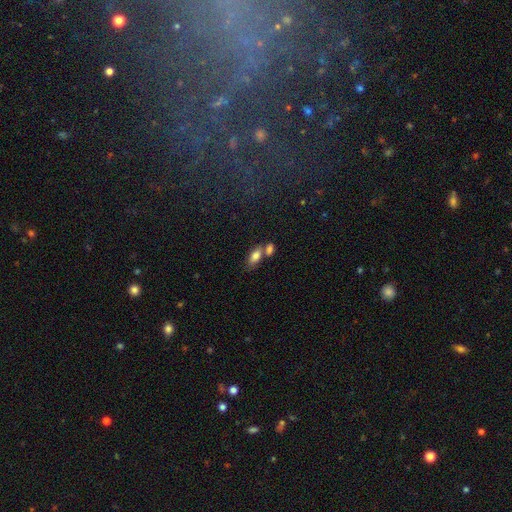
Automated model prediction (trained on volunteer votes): Smooth or featured? Predicted: smooth (p=0.79). How rounded? Predicted: in between (p=0.87). Merging? Predicted: none (p=0.44).